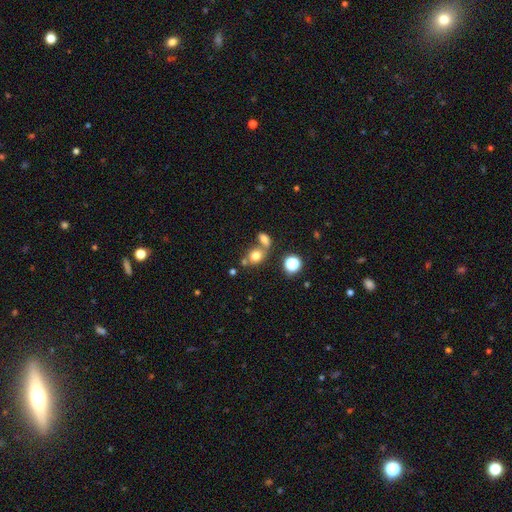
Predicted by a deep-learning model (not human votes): smooth-or-featured: smooth: 74% | star or artifact: 15% | featured or disk: 11%
  how-rounded: round: 59% | in between: 40% | cigar-shaped: 1%
  merging: none: 45% | merger: 39% | minor disturbance: 10% | major disturbance: 5%